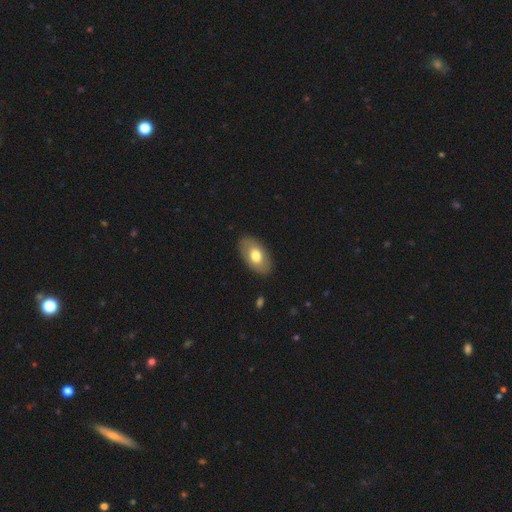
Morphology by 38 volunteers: Q: Smooth or featured?
A: smooth (84%); runner-up: featured or disk (11%)
Q: How rounded?
A: in between (94%); runner-up: round (3%)
Q: Merging?
A: none (86%); runner-up: minor disturbance (8%)